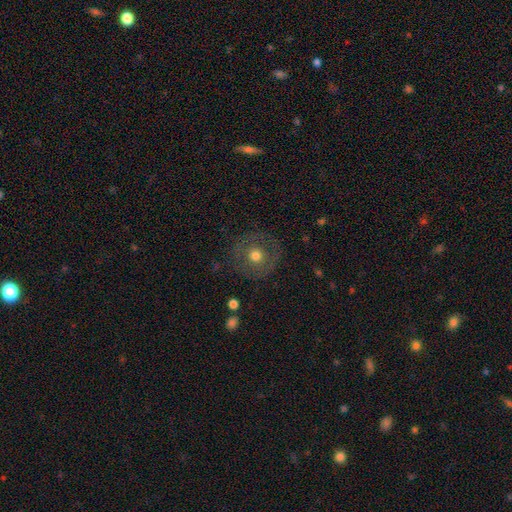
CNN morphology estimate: Q: Smooth or featured?
A: smooth (58%); runner-up: featured or disk (33%)
Q: How rounded?
A: round (94%); runner-up: in between (5%)
Q: Merging?
A: none (83%); runner-up: minor disturbance (10%)